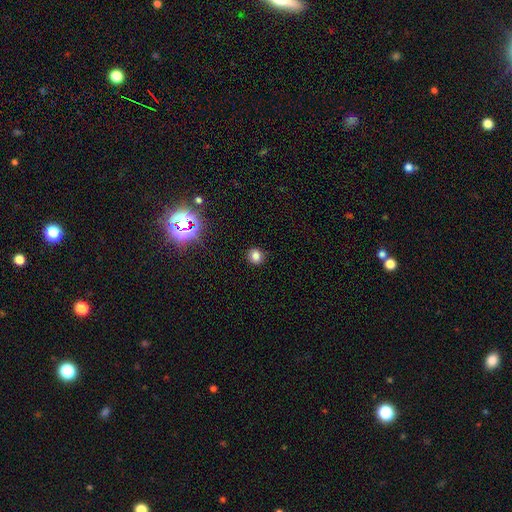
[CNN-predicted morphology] smooth 78%, star or artifact 16%, featured or disk 5%. Down the decision tree: how rounded — round (81%); merging — none (89%).